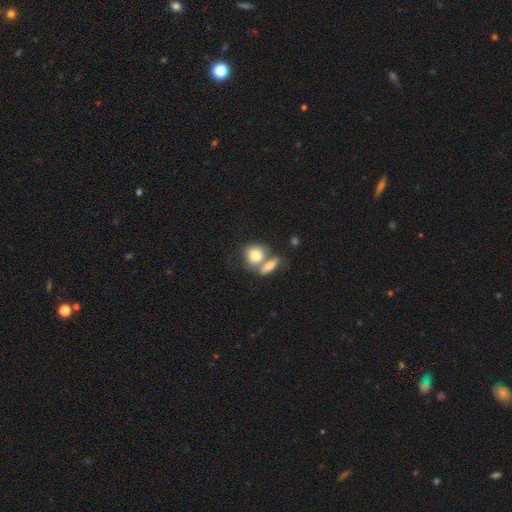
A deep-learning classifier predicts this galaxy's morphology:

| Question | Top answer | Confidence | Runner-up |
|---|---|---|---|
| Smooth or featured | smooth | 79% | featured or disk (14%) |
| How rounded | round | 51% | in between (45%) |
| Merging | merger | 51% | none (35%) |